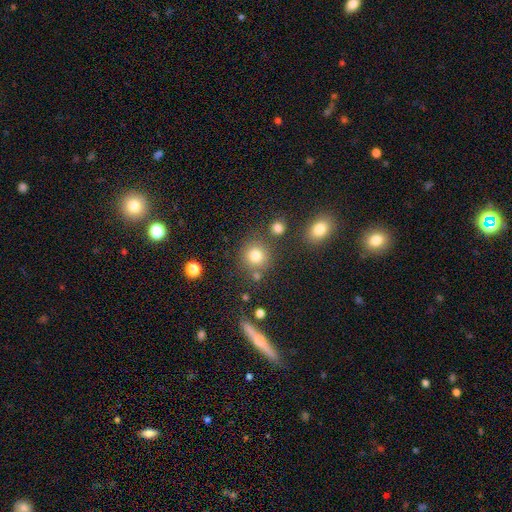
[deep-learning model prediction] Smooth or featured? Predicted: smooth (p=0.79). How rounded? Predicted: round (p=0.89). Merging? Predicted: none (p=0.76).